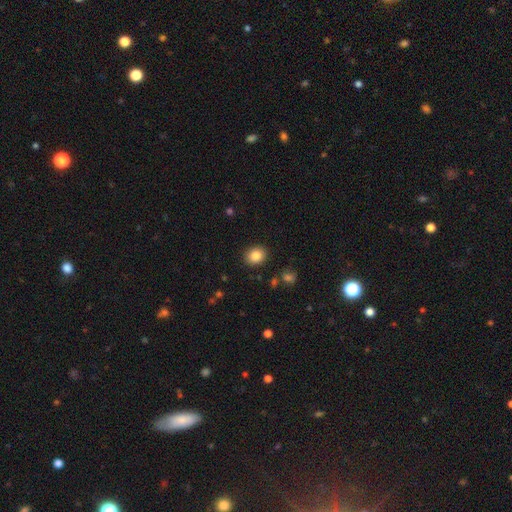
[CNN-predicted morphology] smooth_or_featured: smooth (p=0.85) [alt: star or artifact p=0.09]
how_rounded: round (p=0.60) [alt: in between p=0.39]
merging: none (p=0.89) [alt: minor disturbance p=0.07]